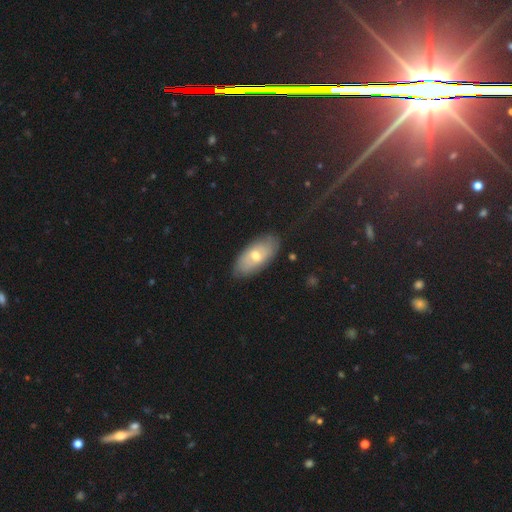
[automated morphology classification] Smooth or featured? Predicted: smooth (p=0.51). How rounded? Predicted: in between (p=0.90). Merging? Predicted: none (p=0.82).